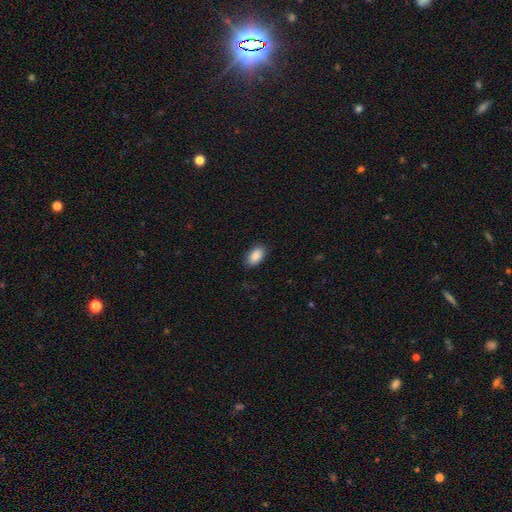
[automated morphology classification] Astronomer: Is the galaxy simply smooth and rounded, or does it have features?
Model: smooth — 89%.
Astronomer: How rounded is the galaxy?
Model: in between — 92%.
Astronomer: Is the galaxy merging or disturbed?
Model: none — 85%.